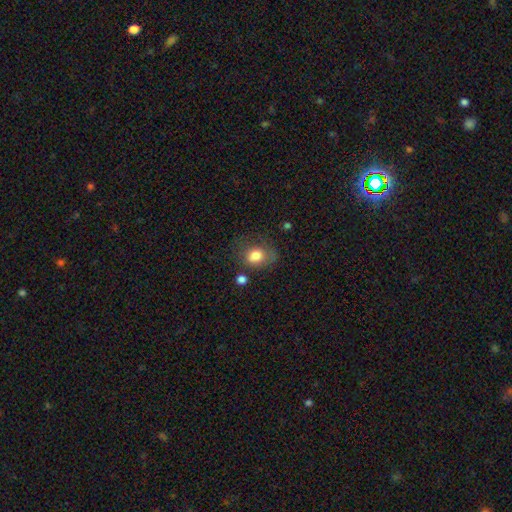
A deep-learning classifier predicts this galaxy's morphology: Smooth or featured? smooth (80%)
How rounded? round (53%)
Merging? none (54%)